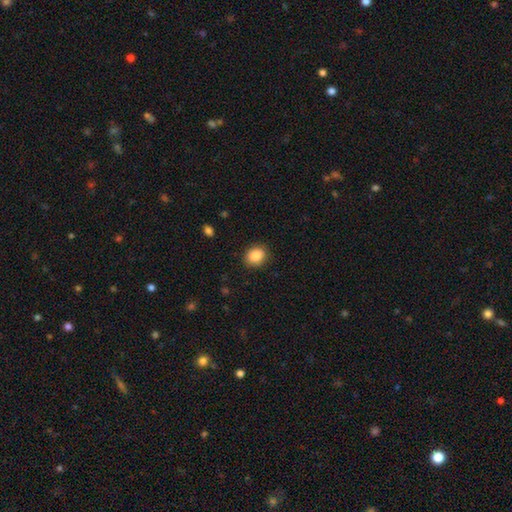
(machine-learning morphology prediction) type=smooth (89%); roundness=round (56%); merging=none (88%).